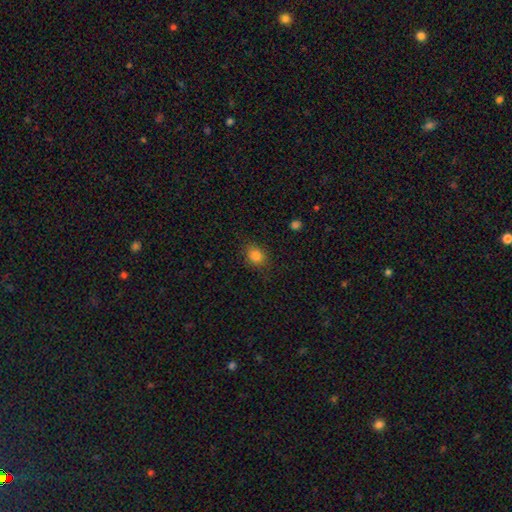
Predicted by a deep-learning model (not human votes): Smooth or featured? smooth (84%)
How rounded? round (54%)
Merging? none (83%)